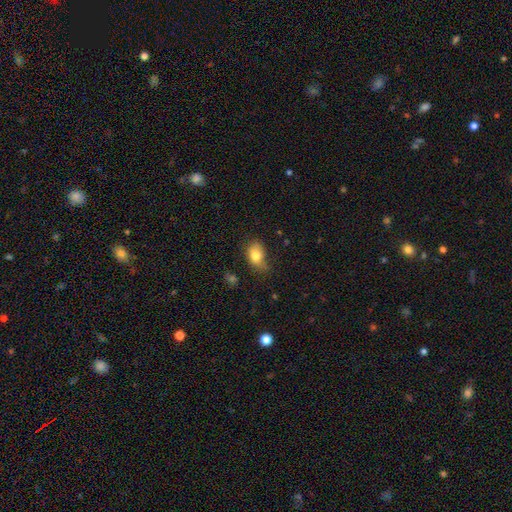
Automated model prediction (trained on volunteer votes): Smooth or featured?
  - smooth: 78% *
  - featured or disk: 13%
  - star or artifact: 9%
How rounded?
  - in between: 80% *
  - round: 18%
  - cigar-shaped: 2%
Merging?
  - none: 46% *
  - minor disturbance: 37%
  - major disturbance: 14%
  - merger: 3%